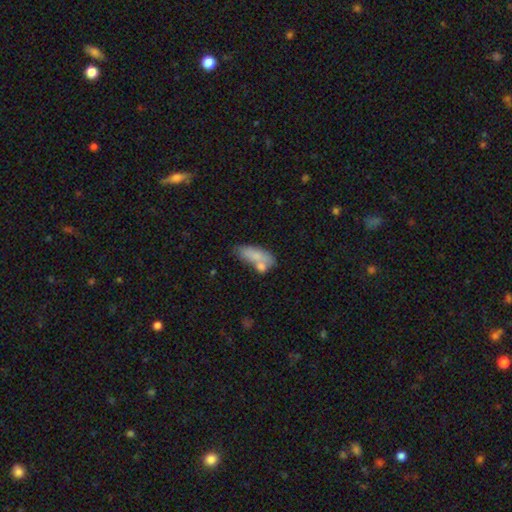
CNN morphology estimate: Q: Smooth or featured?
A: smooth (74%); runner-up: featured or disk (18%)
Q: How rounded?
A: in between (74%); runner-up: cigar-shaped (22%)
Q: Merging?
A: none (39%); runner-up: merger (33%)